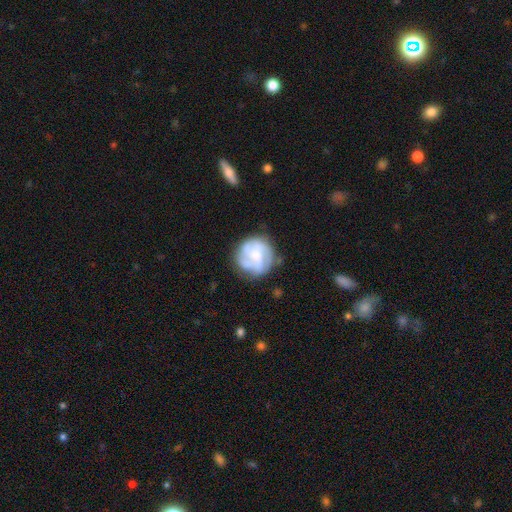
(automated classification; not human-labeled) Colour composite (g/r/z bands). It shows a featured or disk galaxy (69%) with no bar (61%), 3 (37%) medium (42%) spiral arms (85%) and a moderate central bulge (45%). Merging: none (73%).